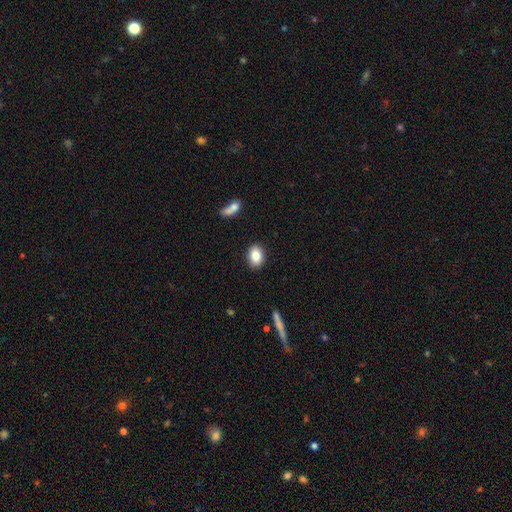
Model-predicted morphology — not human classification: A smooth galaxy with no disk features (85%) that is in between round and cigar-shaped (78%).

Vote fractions:
- Smooth or featured? smooth: 85% / star or artifact: 8% / featured or disk: 7%
- How rounded? in between: 78% / round: 20% / cigar-shaped: 2%
- Merging? none: 88% / minor disturbance: 8% / major disturbance: 2% / merger: 2%